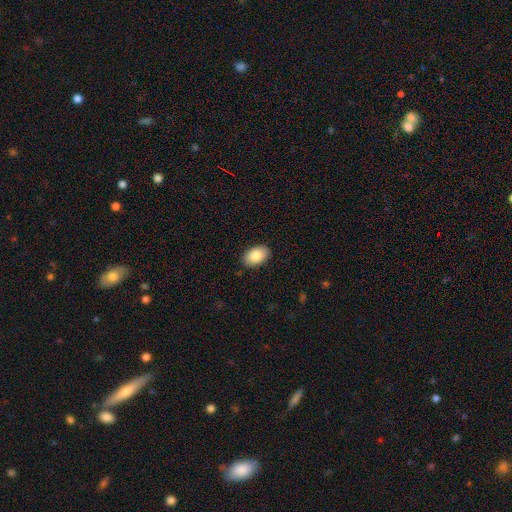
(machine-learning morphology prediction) Smooth or featured?
  - smooth: 87% *
  - featured or disk: 7%
  - star or artifact: 7%
How rounded?
  - in between: 90% *
  - round: 9%
  - cigar-shaped: 1%
Merging?
  - none: 88% *
  - minor disturbance: 9%
  - major disturbance: 2%
  - merger: 1%